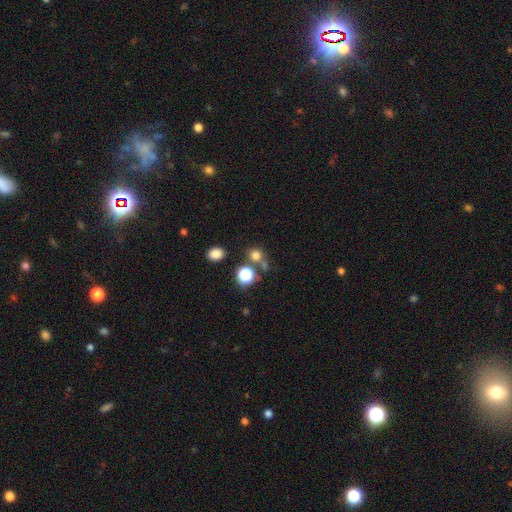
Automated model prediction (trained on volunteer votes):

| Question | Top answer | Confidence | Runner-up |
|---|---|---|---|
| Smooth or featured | smooth | 73% | star or artifact (20%) |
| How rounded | round | 85% | in between (14%) |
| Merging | none | 64% | merger (21%) |